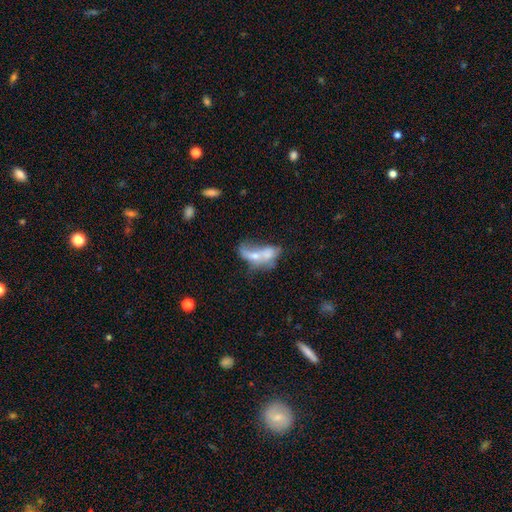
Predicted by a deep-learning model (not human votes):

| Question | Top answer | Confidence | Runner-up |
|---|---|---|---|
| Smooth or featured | smooth | 45% | featured or disk (43%) |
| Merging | merger | 59% | major disturbance (16%) |